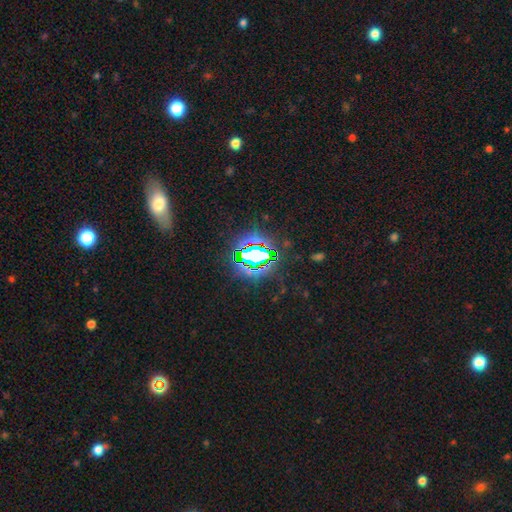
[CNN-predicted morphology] A star or artifact, not a galaxy (75%).